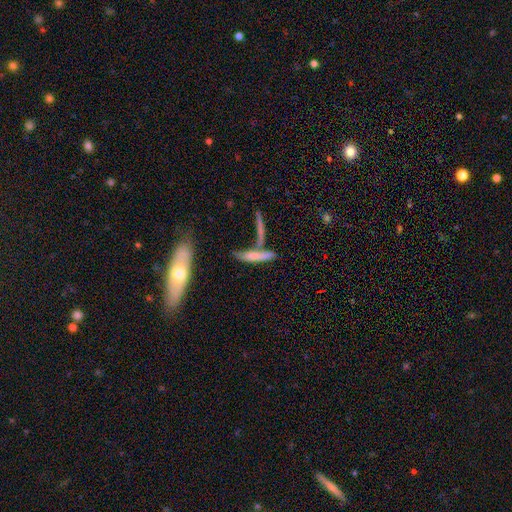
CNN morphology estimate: Smooth or featured?
  - smooth: 57% *
  - featured or disk: 34%
  - star or artifact: 9%
How rounded?
  - cigar-shaped: 78% *
  - in between: 20%
  - round: 3%
Merging?
  - none: 44% *
  - merger: 36%
  - minor disturbance: 13%
  - major disturbance: 7%